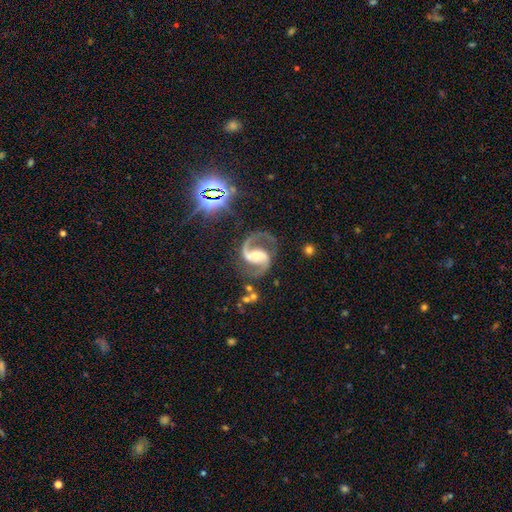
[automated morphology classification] Smooth or featured?
  - featured or disk: 91% *
  - star or artifact: 6%
  - smooth: 3%
Edge-on disk?
  - no: 98% *
  - yes: 2%
Bar?
  - strong: 37% *
  - weak: 36%
  - no: 27%
Spiral arms?
  - yes: 98% *
  - no: 2%
Spiral winding?
  - medium: 63% *
  - loose: 26%
  - tight: 11%
Spiral arm count?
  - 2: 94% *
  - 1: 2%
  - can't tell: 1%
  - 3: 1%
  - 4: 1%
  - more than 4: 1%
Bulge size?
  - moderate: 50% *
  - small: 41%
  - large: 5%
  - none: 3%
  - dominant: 1%
Merging?
  - none: 74% *
  - minor disturbance: 14%
  - major disturbance: 9%
  - merger: 3%